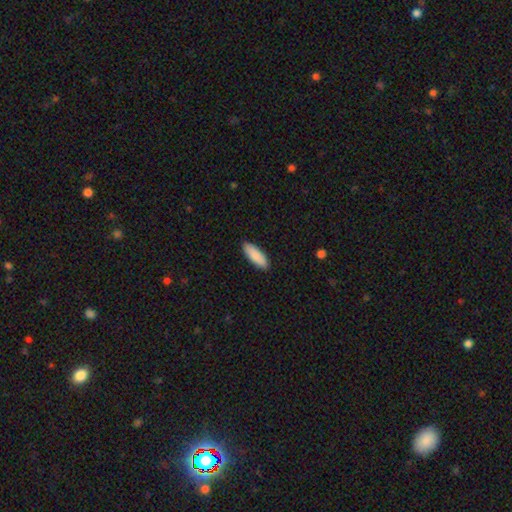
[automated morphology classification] type=smooth (89%); roundness=in between (63%); merging=none (90%).